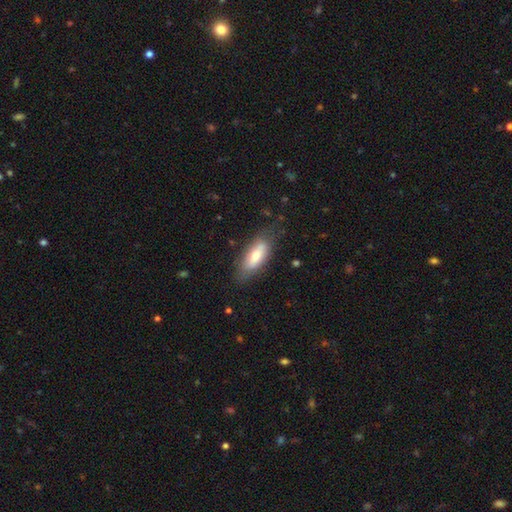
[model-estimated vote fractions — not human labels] smooth-or-featured: smooth: 68% | featured or disk: 26% | star or artifact: 7%
  how-rounded: in between: 77% | cigar-shaped: 21% | round: 2%
  merging: none: 75% | minor disturbance: 18% | major disturbance: 5% | merger: 2%